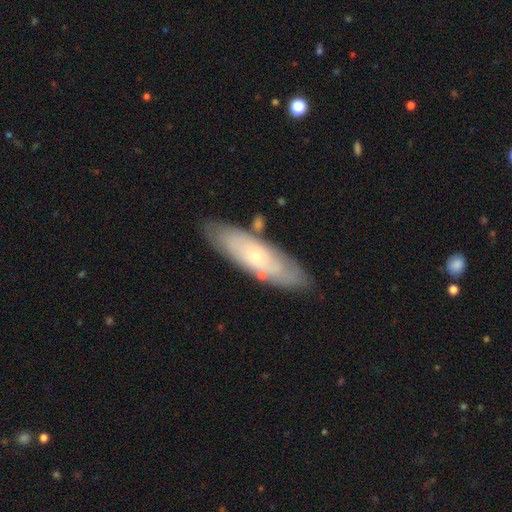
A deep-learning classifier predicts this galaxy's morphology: Smooth or featured?
  - featured or disk: 50% *
  - smooth: 43%
  - star or artifact: 7%
Edge-on disk?
  - no: 74% *
  - yes: 26%
Merging?
  - none: 78% *
  - minor disturbance: 14%
  - merger: 5%
  - major disturbance: 3%